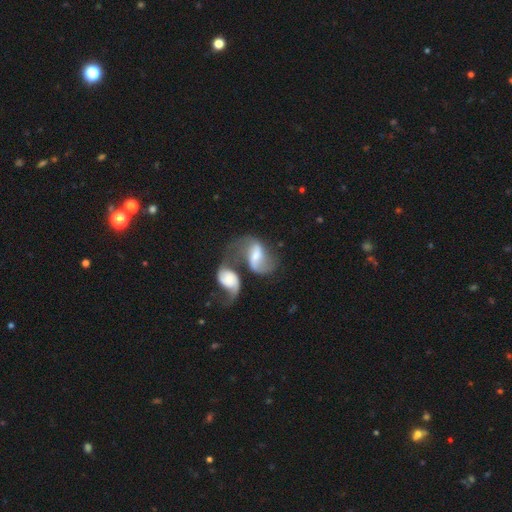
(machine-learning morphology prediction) Smooth or featured?
  - featured or disk: 76% *
  - smooth: 18%
  - star or artifact: 6%
Edge-on disk?
  - no: 96% *
  - yes: 4%
Bar?
  - weak: 43% *
  - strong: 37%
  - no: 20%
Spiral arms?
  - yes: 89% *
  - no: 11%
Spiral winding?
  - loose: 66% *
  - medium: 28%
  - tight: 7%
Spiral arm count?
  - 2: 84% *
  - 1: 7%
  - can't tell: 5%
  - 3: 1%
  - 4: 1%
  - more than 4: 1%
Bulge size?
  - moderate: 38% *
  - small: 31%
  - large: 14%
  - none: 14%
  - dominant: 3%
Merging?
  - merger: 57% *
  - none: 21%
  - major disturbance: 13%
  - minor disturbance: 10%